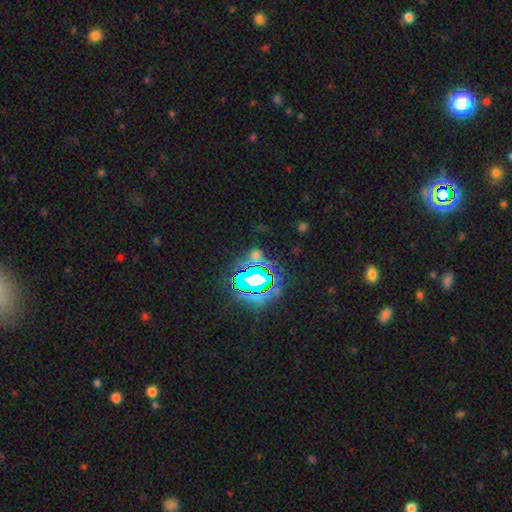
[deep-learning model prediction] Smooth or featured? star or artifact (66%)